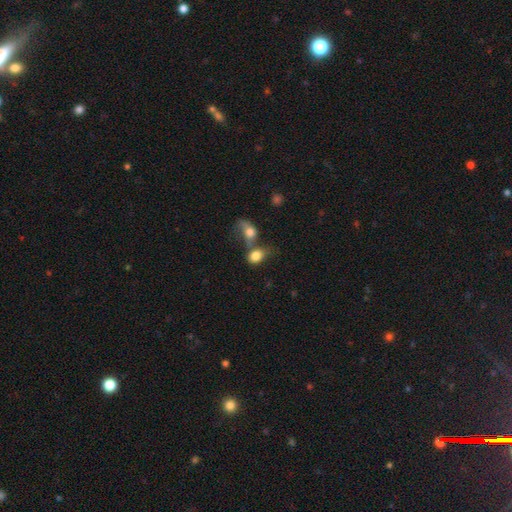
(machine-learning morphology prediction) This appears to be a smooth galaxy with no disk features (80%) that is in between round and cigar-shaped (67%). Merging: merger (60%).